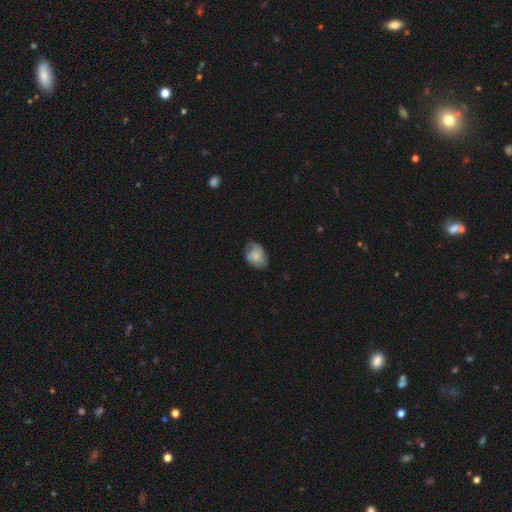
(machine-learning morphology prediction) A smooth galaxy with no disk features (62%) that is in between round and cigar-shaped (73%).

Vote fractions:
- Smooth or featured? smooth: 62% / featured or disk: 30% / star or artifact: 7%
- How rounded? in between: 73% / round: 26% / cigar-shaped: 1%
- Merging? none: 63% / minor disturbance: 28% / major disturbance: 8% / merger: 1%